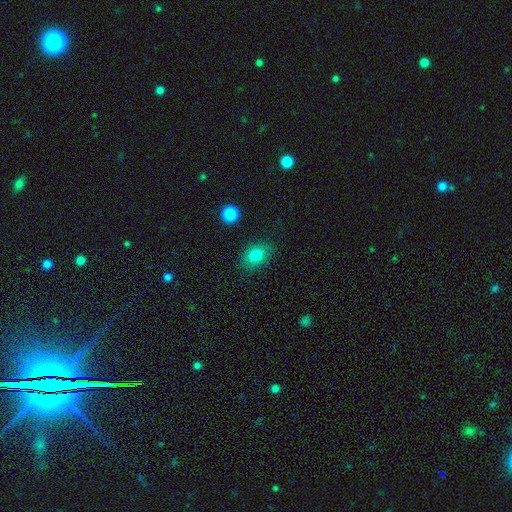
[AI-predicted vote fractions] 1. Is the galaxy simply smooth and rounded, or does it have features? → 81% smooth, 10% star or artifact, 9% featured or disk.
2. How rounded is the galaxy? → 76% in between, 22% round, 2% cigar-shaped.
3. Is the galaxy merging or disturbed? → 84% none, 12% minor disturbance, 3% major disturbance, 2% merger.